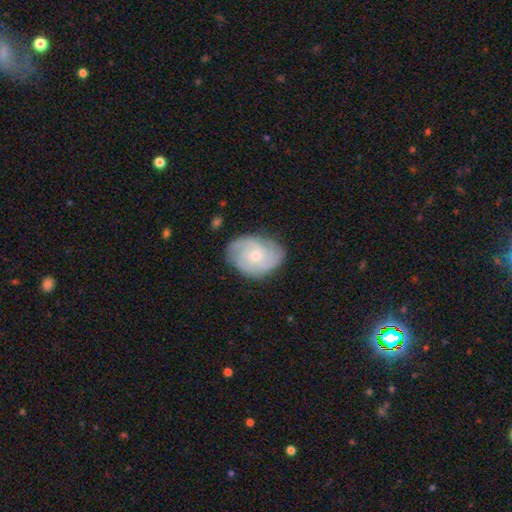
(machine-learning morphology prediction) smooth-or-featured: featured or disk: 73% | smooth: 21% | star or artifact: 6%
  disk-edge-on: no: 97% | yes: 3%
    bar: no: 78% | weak: 20% | strong: 3%
    has-spiral-arms: yes: 90% | no: 10%
      spiral-winding: tight: 62% | medium: 29% | loose: 8%
      spiral-arm-count: can't tell: 38% | 3: 24% | 2: 16% | 4: 12% | more than 4: 5% | 1: 5%
    bulge-size: small: 57% | moderate: 39% | large: 1% | none: 1% | dominant: 1%
  merging: none: 73% | minor disturbance: 20% | major disturbance: 6% | merger: 1%